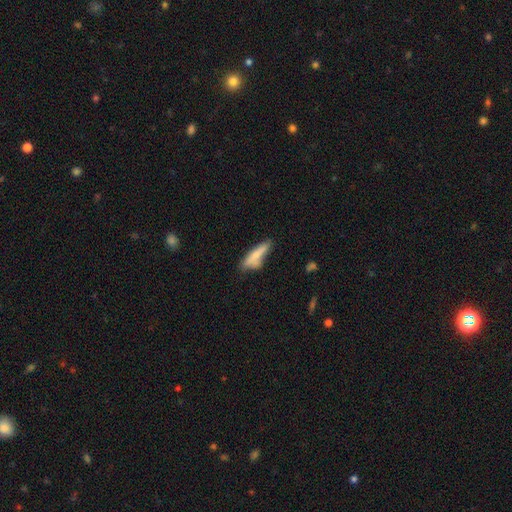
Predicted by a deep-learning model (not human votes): smooth_or_featured: smooth (p=0.71) [alt: featured or disk p=0.22]
how_rounded: cigar-shaped (p=0.67) [alt: in between p=0.31]
merging: none (p=0.51) [alt: minor disturbance p=0.29]